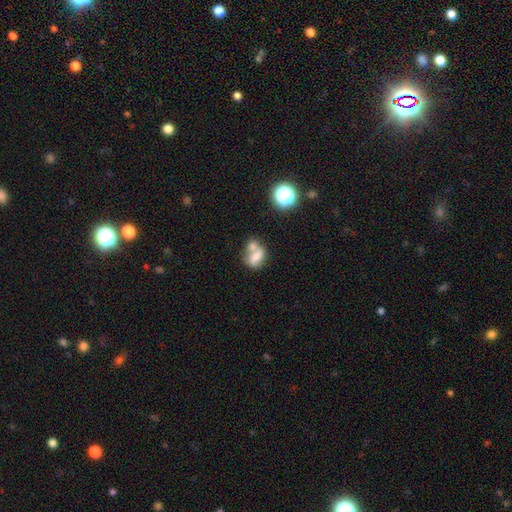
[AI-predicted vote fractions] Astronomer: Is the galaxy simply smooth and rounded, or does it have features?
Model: smooth — 60%.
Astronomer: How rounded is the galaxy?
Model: in between — 66%.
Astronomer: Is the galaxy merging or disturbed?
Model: merger — 58%.